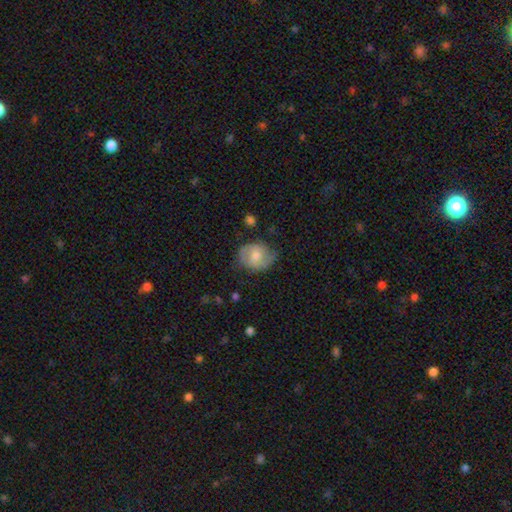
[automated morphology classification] The model was most divided on "how rounded": round: 52%, in between: 47%, cigar-shaped: 1%. More confident: merging — none (66%); smooth or featured — smooth (56%).